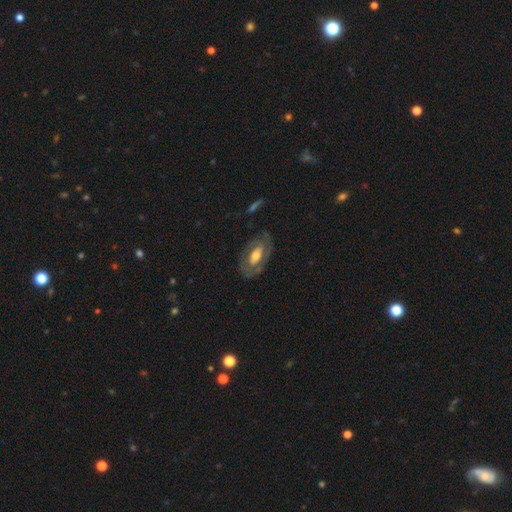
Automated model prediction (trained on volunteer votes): The model was most divided on "spiral arms": yes: 55%, no: 45%. More confident: edge-on disk — no (92%); merging — none (73%); smooth or featured — featured or disk (66%); bulge size — moderate (59%); bar — no (55%).